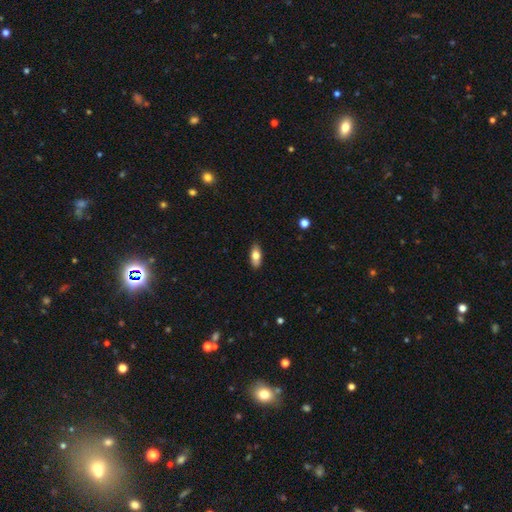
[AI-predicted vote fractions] smooth 74%, featured or disk 19%, star or artifact 7%. Down the decision tree: how rounded — in between (84%); merging — none (87%).